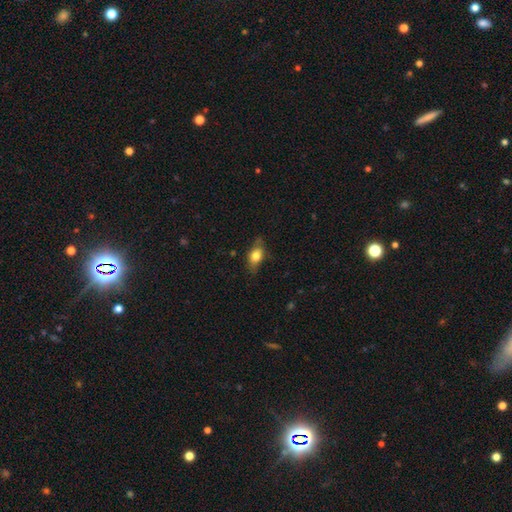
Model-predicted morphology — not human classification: This is likely a smooth galaxy (74%). How rounded: likely in between (78%). Merging: likely none (70%).